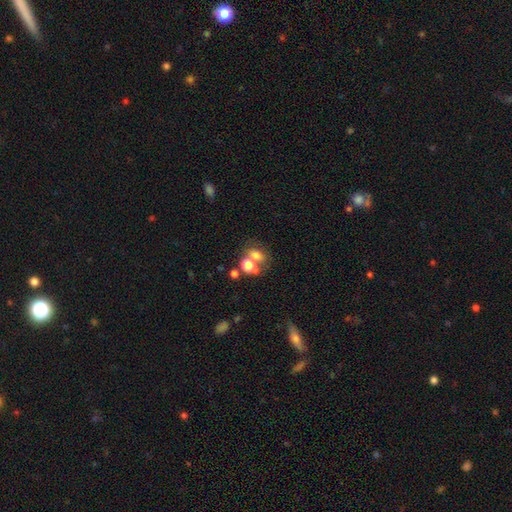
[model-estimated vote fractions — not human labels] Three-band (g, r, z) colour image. It shows a smooth galaxy with no disk features (67%) that is in between round and cigar-shaped (58%). Merging: merger (45%).